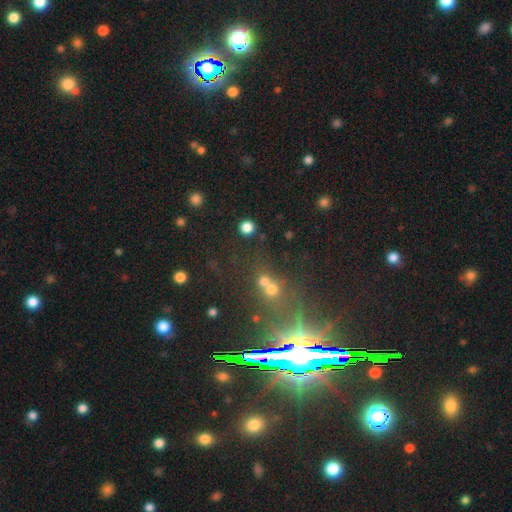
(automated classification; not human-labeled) The model was most divided on "smooth or featured": star or artifact: 73%, smooth: 17%, featured or disk: 10%.